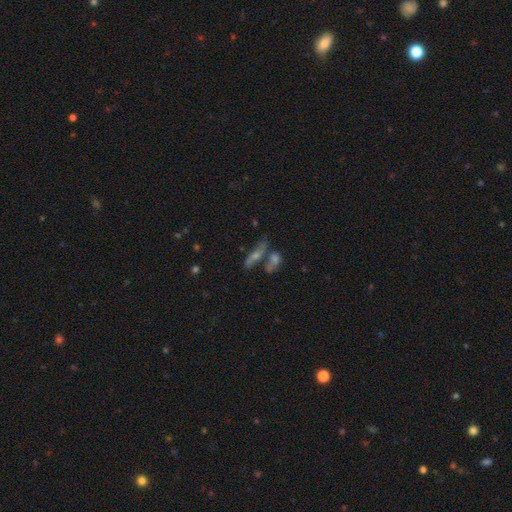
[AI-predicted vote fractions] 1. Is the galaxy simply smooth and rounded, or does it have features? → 52% featured or disk, 32% smooth, 15% star or artifact.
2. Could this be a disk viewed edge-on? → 66% yes, 34% no.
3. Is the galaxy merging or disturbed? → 48% none, 34% merger, 11% minor disturbance, 7% major disturbance.